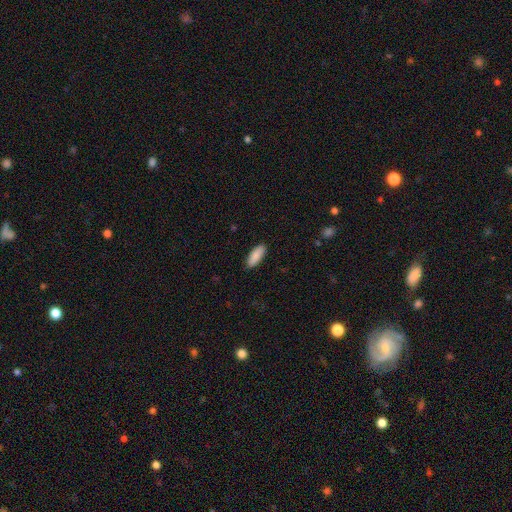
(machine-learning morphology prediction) Smooth or featured: smooth — 90% (star or artifact — 6%)
How rounded: in between — 73% (cigar-shaped — 25%)
Merging: none — 90% (minor disturbance — 8%)